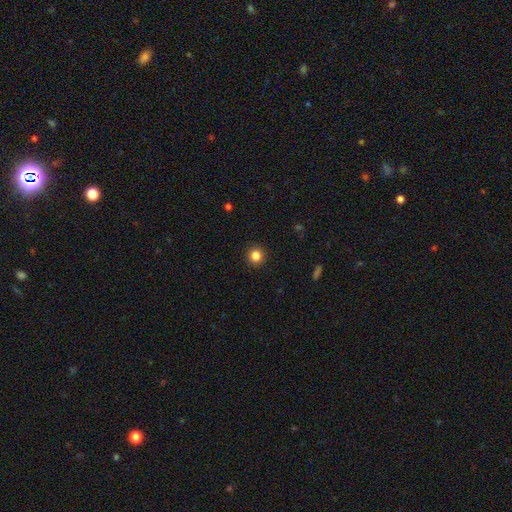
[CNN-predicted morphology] Smooth or featured? Predicted: smooth (p=0.84). How rounded? Predicted: round (p=0.94). Merging? Predicted: none (p=0.93).